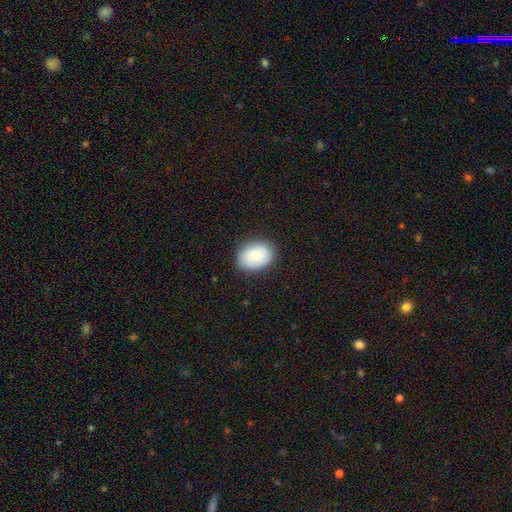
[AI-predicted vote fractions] Smooth or featured?
  - smooth: 78% *
  - featured or disk: 15%
  - star or artifact: 7%
How rounded?
  - in between: 69% *
  - round: 30%
  - cigar-shaped: 1%
Merging?
  - none: 84% *
  - minor disturbance: 12%
  - major disturbance: 3%
  - merger: 1%